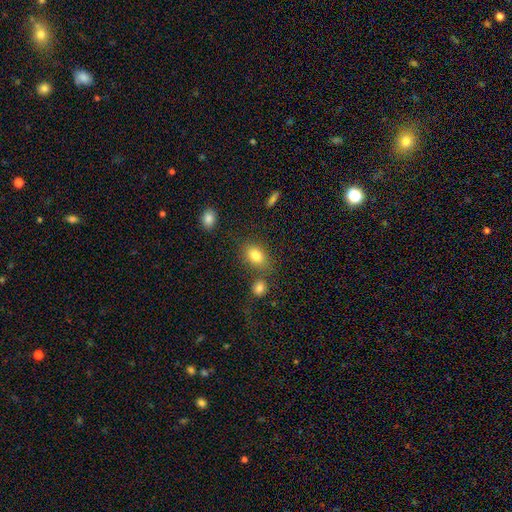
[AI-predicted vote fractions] A smooth galaxy with no disk features (83%) that is in between round and cigar-shaped (79%).

Vote fractions:
- Smooth or featured? smooth: 83% / star or artifact: 9% / featured or disk: 9%
- How rounded? in between: 79% / round: 20% / cigar-shaped: 2%
- Merging? none: 69% / minor disturbance: 13% / merger: 13% / major disturbance: 4%